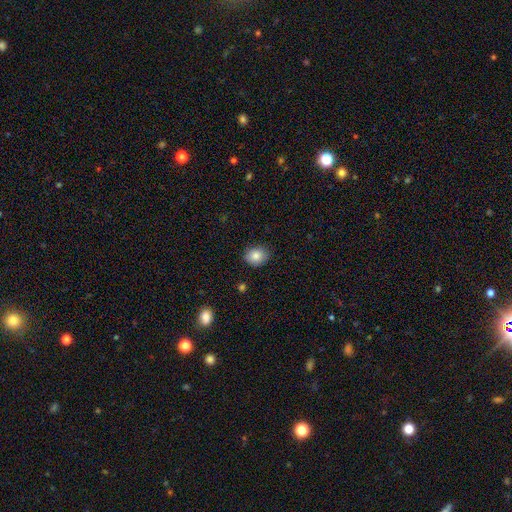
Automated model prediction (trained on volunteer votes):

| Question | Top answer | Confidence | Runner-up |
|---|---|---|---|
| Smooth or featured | smooth | 85% | star or artifact (9%) |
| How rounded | round | 63% | in between (36%) |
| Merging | none | 83% | minor disturbance (14%) |